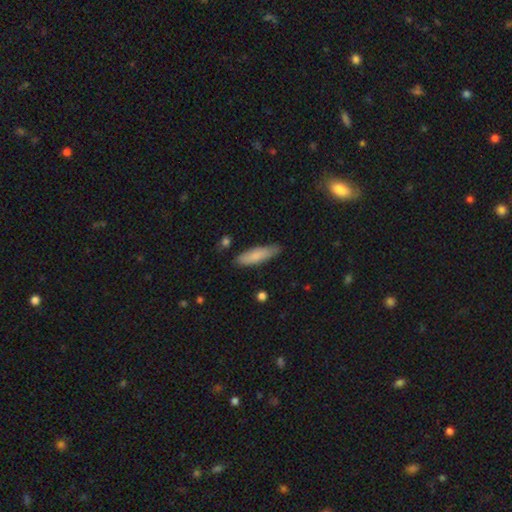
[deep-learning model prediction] A smooth galaxy with no disk features (82%) that is cigar-shaped (64%). Merging: none (80%).